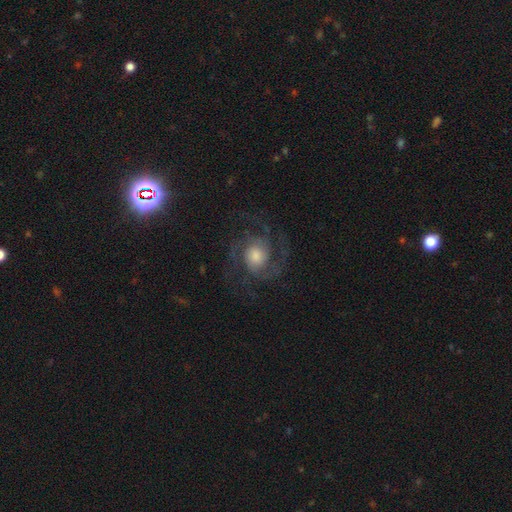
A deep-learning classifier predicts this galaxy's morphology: smooth_or_featured: featured or disk (p=0.83) [alt: smooth p=0.10]
disk_edge_on: no (p=0.98) [alt: yes p=0.02]
bar: no (p=0.72) [alt: weak p=0.23]
has_spiral_arms: yes (p=0.96) [alt: no p=0.04]
spiral_winding: medium (p=0.51) [alt: tight p=0.34]
spiral_arm_count: 2 (p=0.48) [alt: 3 p=0.23]
bulge_size: moderate (p=0.47) [alt: large p=0.29]
merging: none (p=0.71) [alt: major disturbance p=0.14]